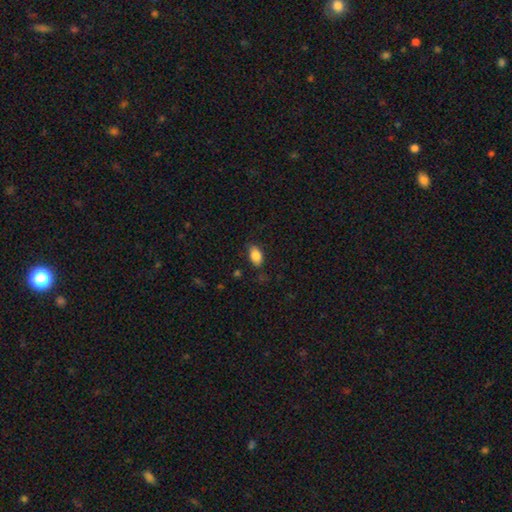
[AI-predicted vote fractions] Smooth or featured? smooth (86%)
How rounded? in between (91%)
Merging? none (80%)